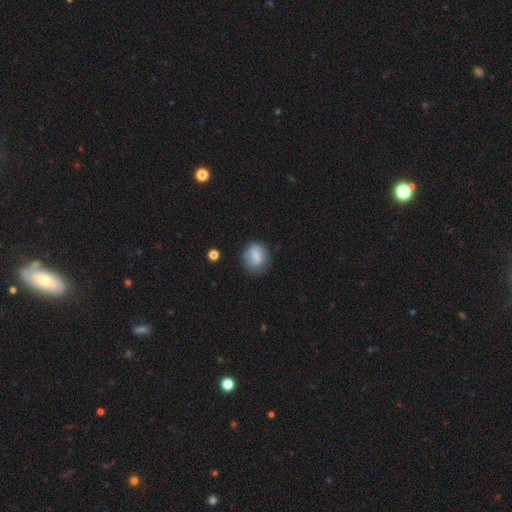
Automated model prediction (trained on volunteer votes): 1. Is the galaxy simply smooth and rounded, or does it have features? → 80% smooth, 12% featured or disk, 8% star or artifact.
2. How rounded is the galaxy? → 57% round, 42% in between, 2% cigar-shaped.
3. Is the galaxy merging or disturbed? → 70% none, 21% minor disturbance, 7% major disturbance, 2% merger.